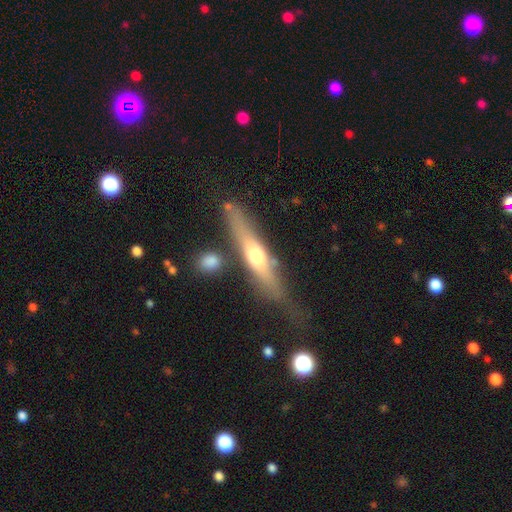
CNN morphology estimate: This appears to be a featured or disk galaxy (54%) viewed edge-on (87%). Merging: none (69%).